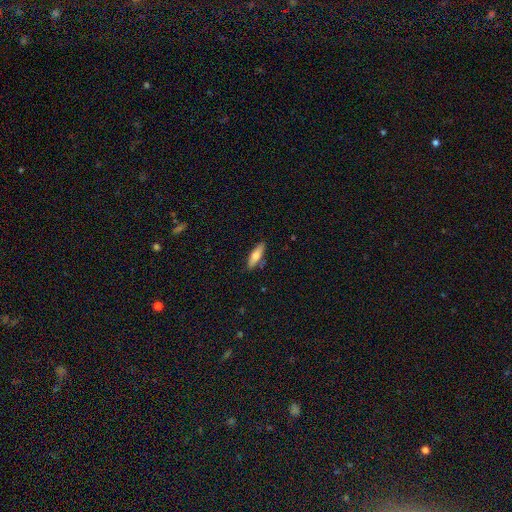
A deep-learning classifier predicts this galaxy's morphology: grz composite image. It shows a smooth galaxy with no disk features (65%) that is cigar-shaped (55%). Merging: none (83%).